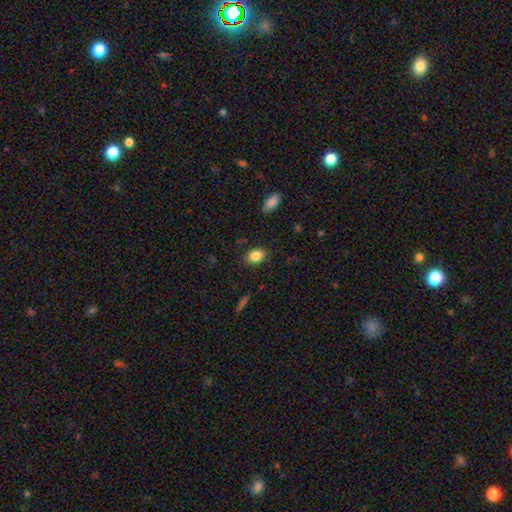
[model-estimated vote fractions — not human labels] smooth-or-featured: smooth: 85% | star or artifact: 8% | featured or disk: 6%
  how-rounded: in between: 74% | round: 25% | cigar-shaped: 1%
  merging: none: 85% | minor disturbance: 11% | major disturbance: 3% | merger: 1%